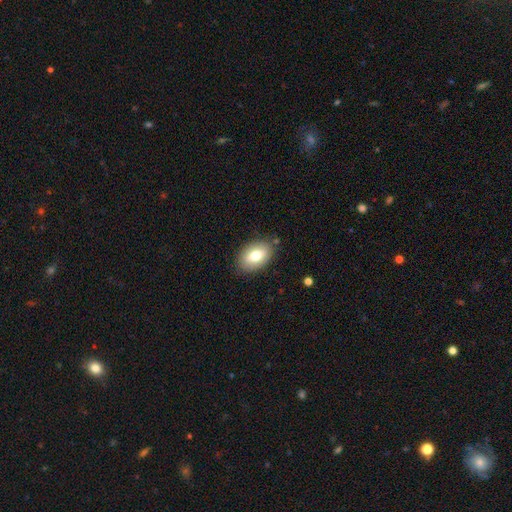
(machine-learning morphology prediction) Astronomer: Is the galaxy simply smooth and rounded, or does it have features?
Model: smooth — 76%.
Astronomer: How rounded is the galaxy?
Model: in between — 89%.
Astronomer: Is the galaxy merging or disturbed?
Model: none — 84%.